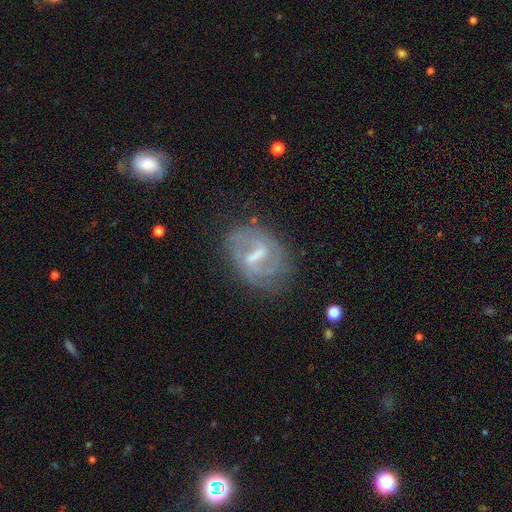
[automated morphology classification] Q: Smooth or featured?
A: featured or disk (80%); runner-up: smooth (13%)
Q: Edge-on disk?
A: no (96%); runner-up: yes (4%)
Q: Bar?
A: strong (49%); runner-up: weak (43%)
Q: Spiral arms?
A: yes (84%); runner-up: no (16%)
Q: Spiral winding?
A: medium (45%); runner-up: tight (34%)
Q: Spiral arm count?
A: 2 (64%); runner-up: can't tell (21%)
Q: Bulge size?
A: moderate (35%); runner-up: small (34%)
Q: Merging?
A: none (66%); runner-up: minor disturbance (20%)